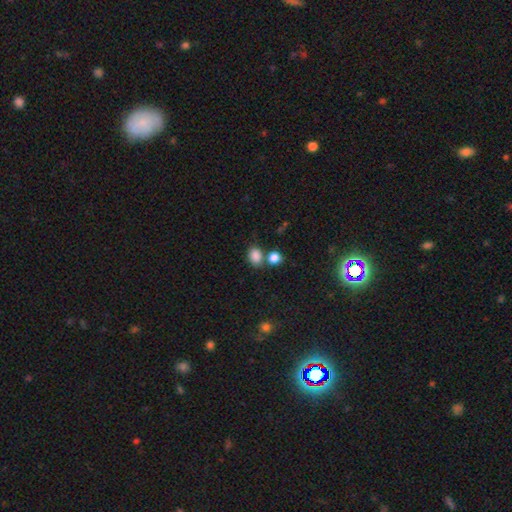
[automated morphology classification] Smooth or featured?
  - smooth: 85% *
  - star or artifact: 10%
  - featured or disk: 5%
How rounded?
  - in between: 61% *
  - round: 38%
  - cigar-shaped: 1%
Merging?
  - none: 58% *
  - merger: 26%
  - minor disturbance: 12%
  - major disturbance: 4%